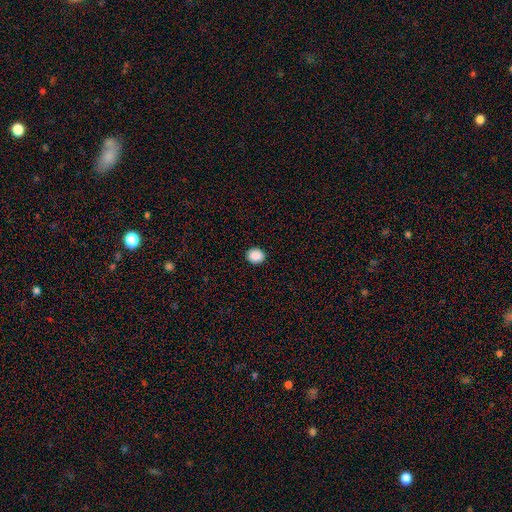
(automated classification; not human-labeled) smooth_or_featured: smooth (p=0.89) [alt: star or artifact p=0.08]
how_rounded: round (p=0.68) [alt: in between p=0.31]
merging: none (p=0.91) [alt: minor disturbance p=0.06]